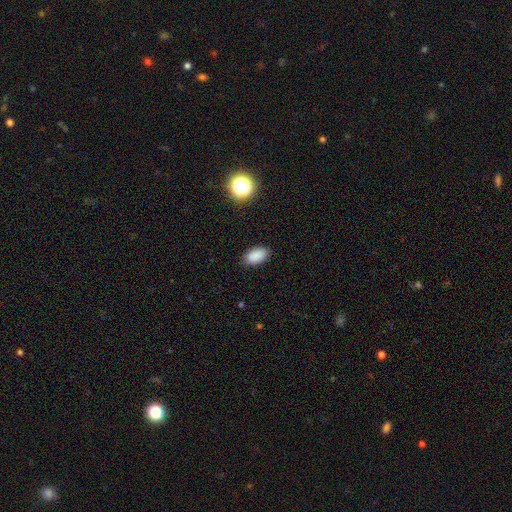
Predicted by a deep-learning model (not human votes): smooth 87%, star or artifact 9%, featured or disk 4%. Down the decision tree: how rounded — in between (93%); merging — none (87%).